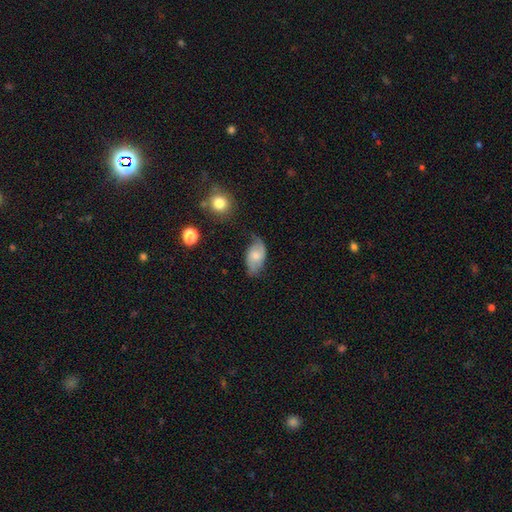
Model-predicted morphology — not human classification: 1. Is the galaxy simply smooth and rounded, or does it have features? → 50% smooth, 43% featured or disk, 7% star or artifact.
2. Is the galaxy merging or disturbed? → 51% none, 34% minor disturbance, 13% major disturbance, 3% merger.